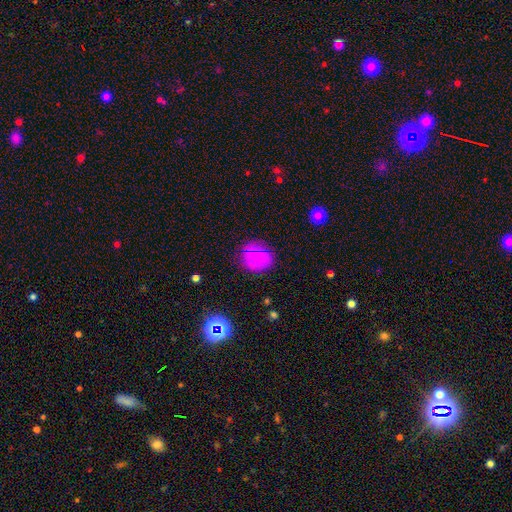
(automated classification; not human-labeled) smooth_or_featured: smooth (p=0.60) [alt: featured or disk p=0.25]
how_rounded: round (p=0.70) [alt: in between p=0.29]
merging: none (p=0.79) [alt: minor disturbance p=0.14]